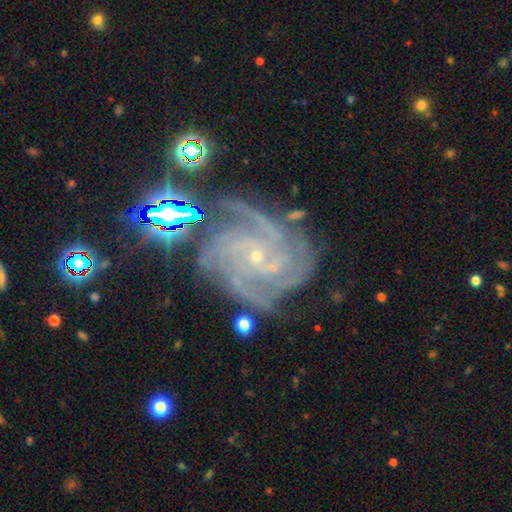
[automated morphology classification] Smooth or featured: featured or disk — 88% (star or artifact — 8%)
Edge-on disk: no — 98% (yes — 2%)
Bar: no — 60% (weak — 28%)
Spiral arms: yes — 98% (no — 2%)
Spiral winding: tight — 67% (medium — 29%)
Spiral arm count: 4 — 32% (3 — 23%)
Bulge size: small — 87% (moderate — 9%)
Merging: none — 70% (minor disturbance — 18%)